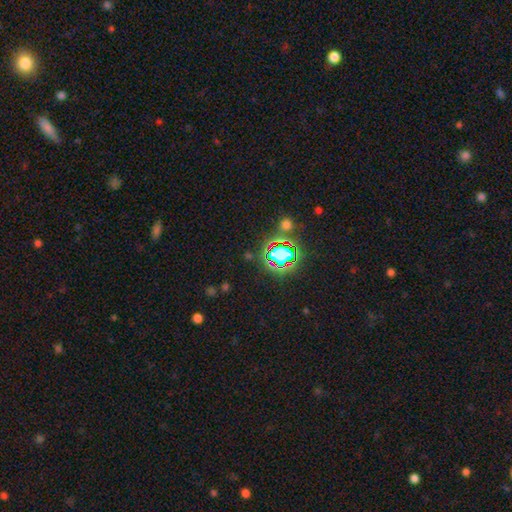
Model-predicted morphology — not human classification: This appears to be a star or artifact, not a galaxy (80%).